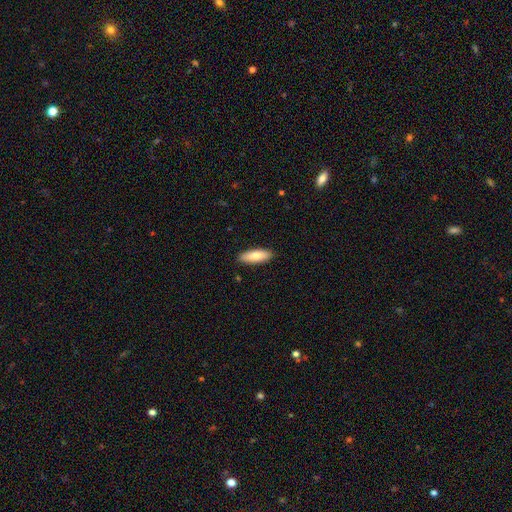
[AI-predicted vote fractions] A smooth galaxy with no disk features (78%) that is in between round and cigar-shaped (63%).

Vote fractions:
- Smooth or featured? smooth: 78% / featured or disk: 16% / star or artifact: 6%
- How rounded? in between: 63% / cigar-shaped: 35% / round: 2%
- Merging? none: 89% / minor disturbance: 8% / major disturbance: 2% / merger: 1%